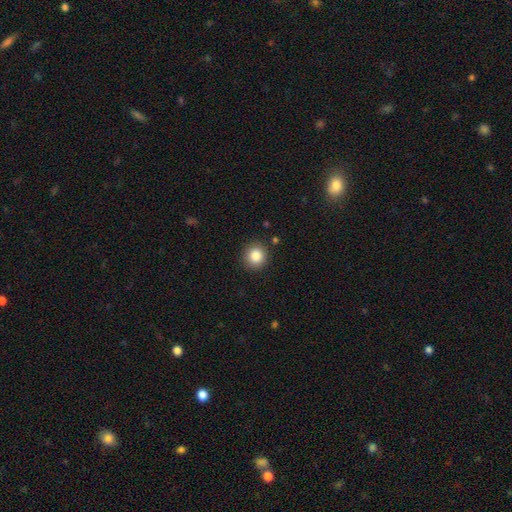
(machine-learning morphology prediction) smooth_or_featured: smooth (p=0.85) [alt: star or artifact p=0.10]
how_rounded: round (p=0.92) [alt: in between p=0.07]
merging: none (p=0.89) [alt: minor disturbance p=0.07]